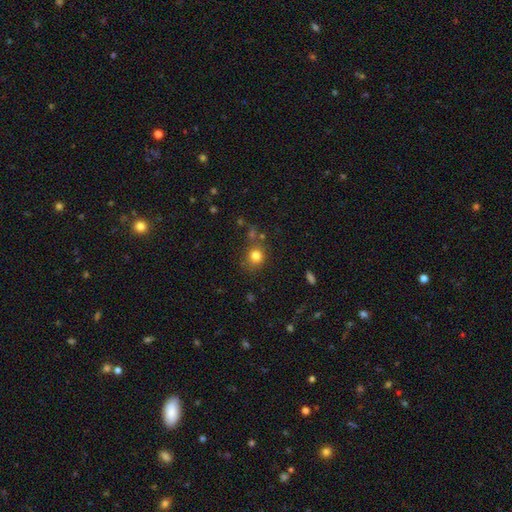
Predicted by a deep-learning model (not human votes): Morphology: type=smooth (80%); roundness=round (79%); merging=none (72%).